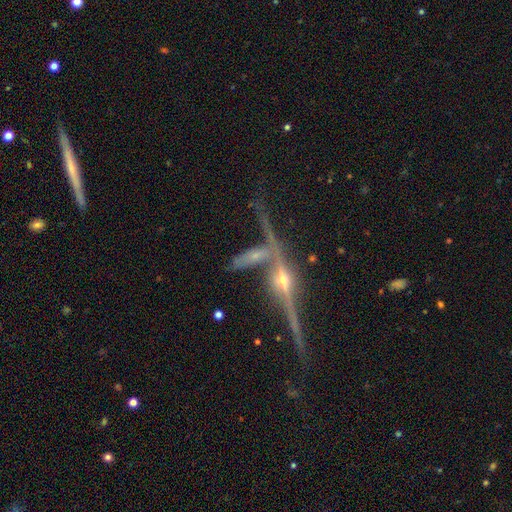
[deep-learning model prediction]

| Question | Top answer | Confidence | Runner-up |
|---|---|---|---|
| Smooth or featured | featured or disk | 81% | star or artifact (10%) |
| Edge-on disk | yes | 88% | no (12%) |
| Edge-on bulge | rounded | 89% | none (6%) |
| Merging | none | 55% | merger (21%) |